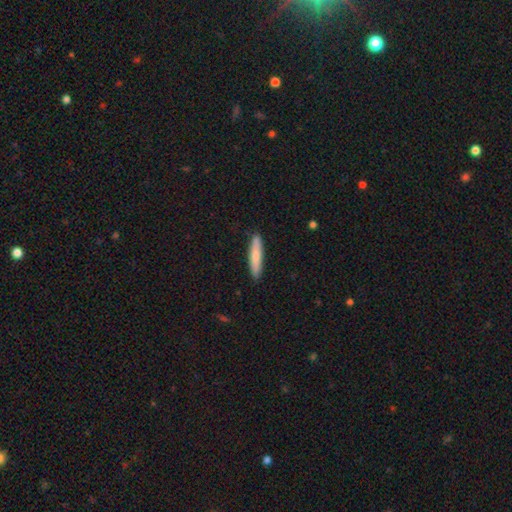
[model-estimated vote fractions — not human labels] Overall: smooth (74%). How rounded: cigar-shaped (87%). Merging: none (89%).